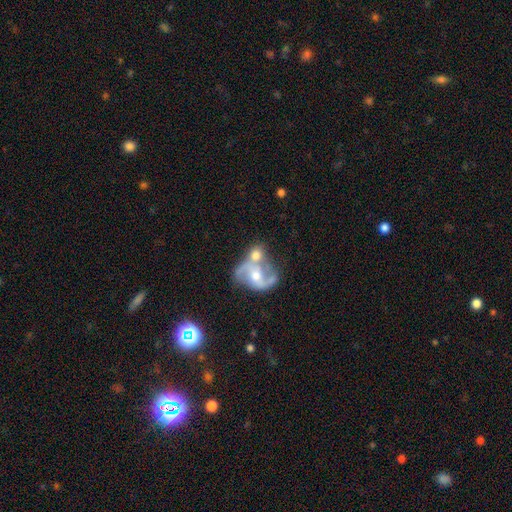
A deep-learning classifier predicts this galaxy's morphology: featured or disk 73%, smooth 20%, star or artifact 7%. Down the decision tree: edge-on disk — no (97%); bar — no (46%); spiral arms — yes (90%); spiral arm count — 2 (89%); spiral winding — medium (46%); bulge size — moderate (64%); merging — merger (46%).